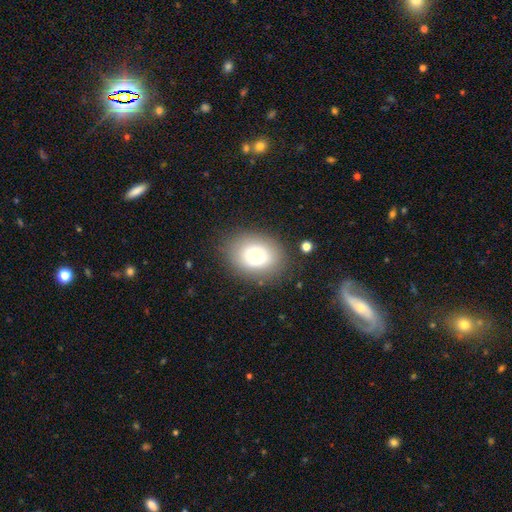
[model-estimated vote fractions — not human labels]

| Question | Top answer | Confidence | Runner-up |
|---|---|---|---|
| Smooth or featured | smooth | 70% | featured or disk (19%) |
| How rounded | in between | 57% | round (42%) |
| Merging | none | 81% | minor disturbance (12%) |